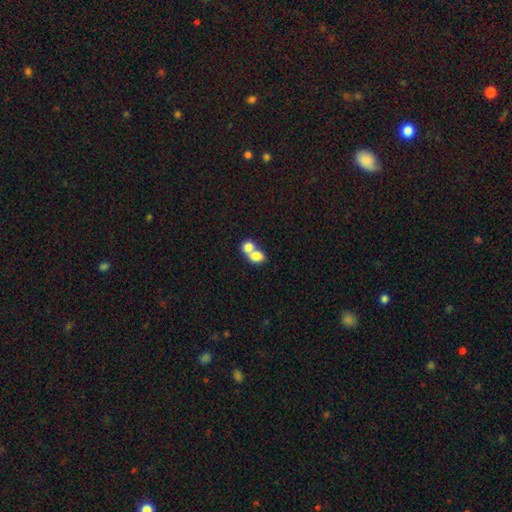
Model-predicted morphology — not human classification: A smooth galaxy with no disk features (79%) that is in between round and cigar-shaped (52%). Merging: merger (73%).